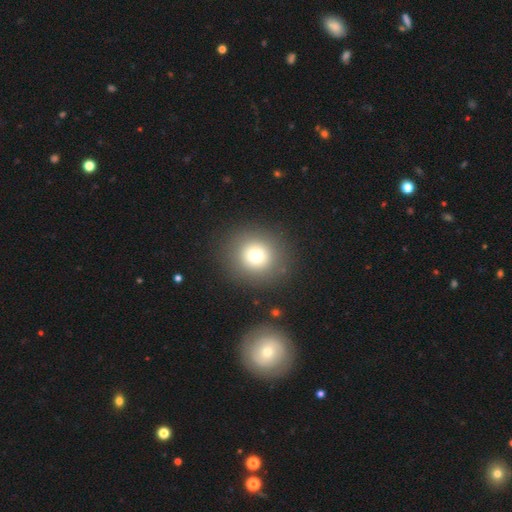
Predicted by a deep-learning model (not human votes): Smooth or featured? smooth (73%)
How rounded? round (92%)
Merging? none (88%)